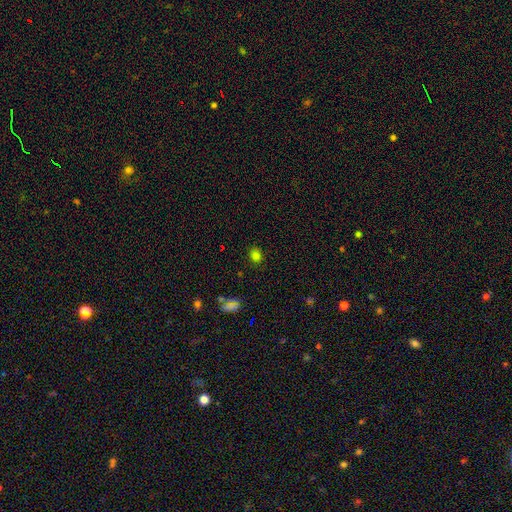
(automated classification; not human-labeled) Q: Smooth or featured?
A: smooth (76%); runner-up: star or artifact (19%)
Q: How rounded?
A: round (58%); runner-up: in between (41%)
Q: Merging?
A: none (85%); runner-up: minor disturbance (10%)